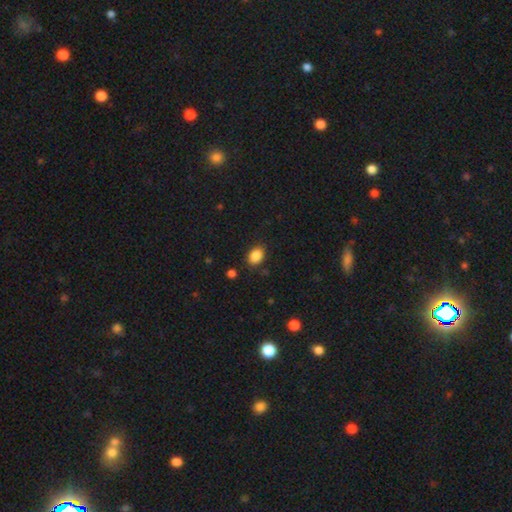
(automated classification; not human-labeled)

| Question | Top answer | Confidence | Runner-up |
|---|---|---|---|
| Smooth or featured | smooth | 87% | star or artifact (9%) |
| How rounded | in between | 73% | round (26%) |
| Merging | none | 86% | minor disturbance (10%) |